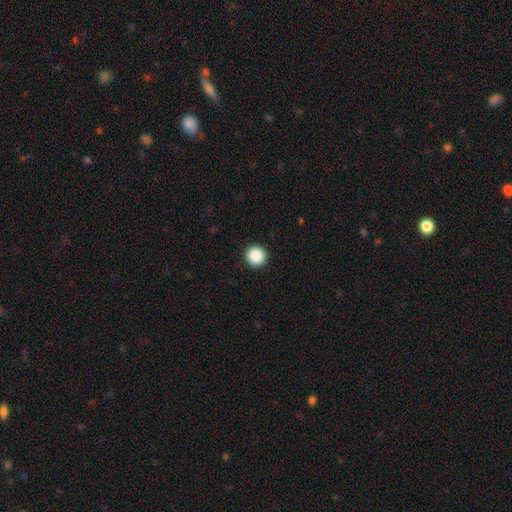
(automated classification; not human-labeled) smooth-or-featured: smooth: 88% | star or artifact: 9% | featured or disk: 3%
  how-rounded: round: 96% | in between: 3% | cigar-shaped: 1%
  merging: none: 93% | minor disturbance: 5% | major disturbance: 2% | merger: 1%